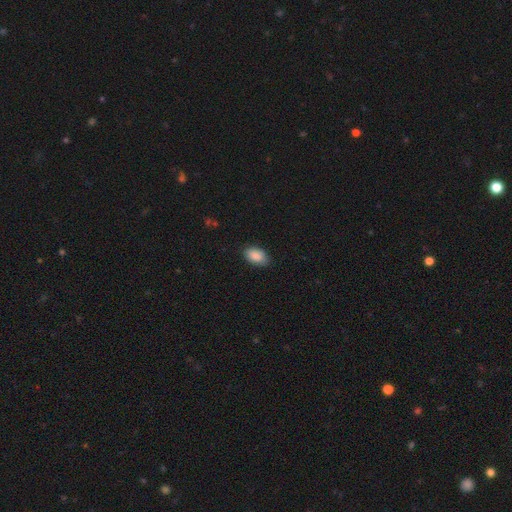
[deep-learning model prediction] Morphology: type=smooth (89%); roundness=in between (91%); merging=none (84%).